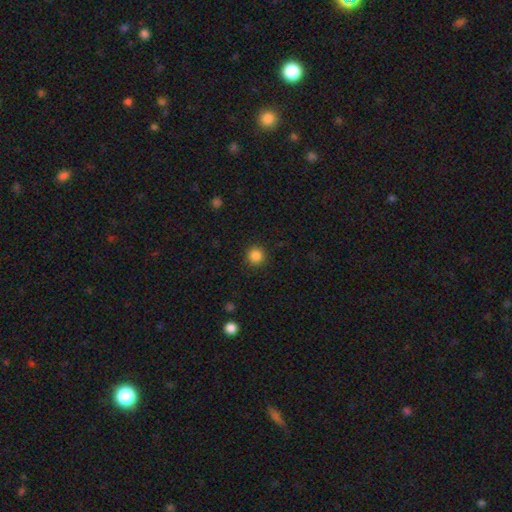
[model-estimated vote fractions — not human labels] Smooth or featured?
  - smooth: 86% *
  - star or artifact: 11%
  - featured or disk: 3%
How rounded?
  - round: 95% *
  - in between: 4%
  - cigar-shaped: 1%
Merging?
  - none: 91% *
  - minor disturbance: 6%
  - major disturbance: 2%
  - merger: 1%